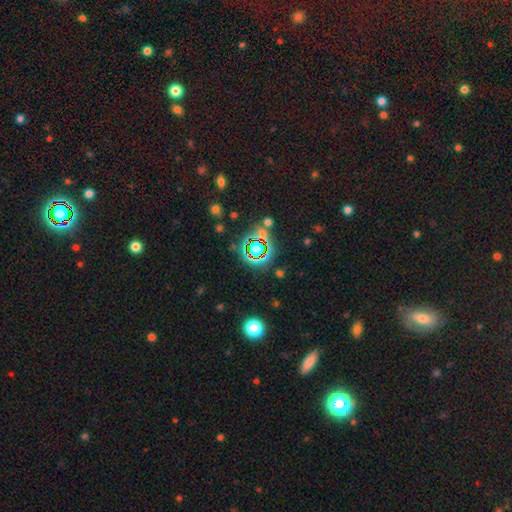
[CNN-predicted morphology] Overall: star or artifact (68%).